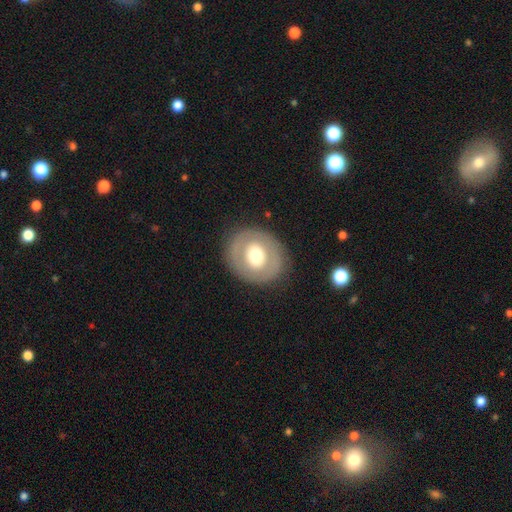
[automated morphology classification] This is possibly a smooth galaxy (52%). How rounded: likely round (77%). Merging: clearly none (85%).